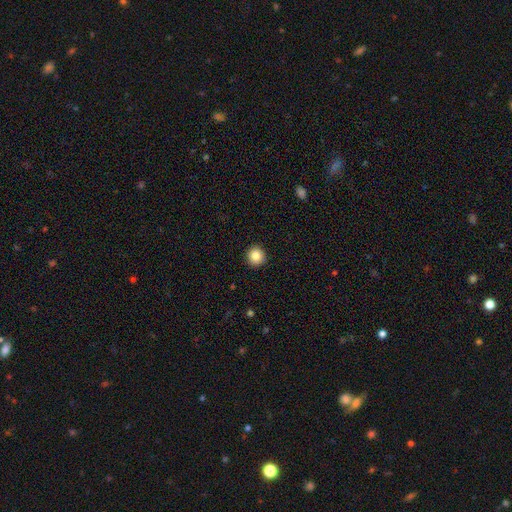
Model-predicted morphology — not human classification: smooth 85%, star or artifact 9%, featured or disk 5%. Down the decision tree: how rounded — round (93%); merging — none (93%).